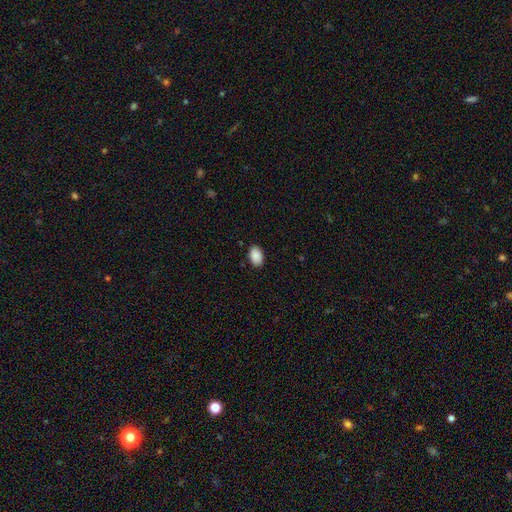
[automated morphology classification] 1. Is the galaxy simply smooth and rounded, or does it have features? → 90% smooth, 7% star or artifact, 3% featured or disk.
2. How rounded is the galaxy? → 90% in between, 9% round, 1% cigar-shaped.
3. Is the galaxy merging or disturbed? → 88% none, 9% minor disturbance, 2% major disturbance, 1% merger.